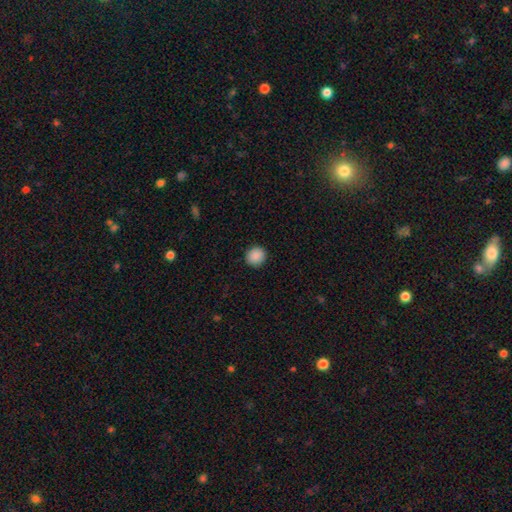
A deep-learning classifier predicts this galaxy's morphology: A smooth galaxy with no disk features (89%) that is round (91%). Merging: none (92%).